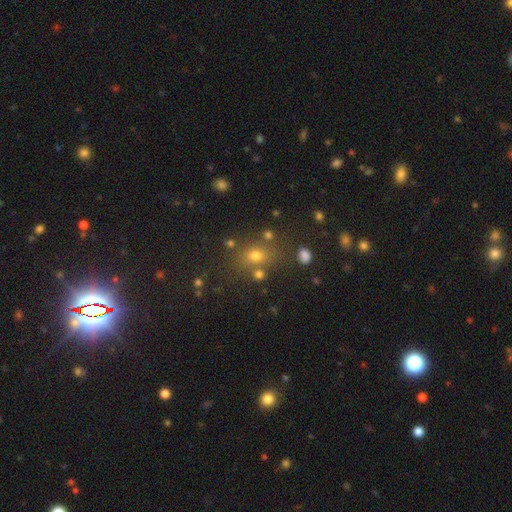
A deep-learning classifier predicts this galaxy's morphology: Smooth or featured: smooth — 65% (star or artifact — 23%)
How rounded: round — 56% (in between — 43%)
Merging: none — 73% (minor disturbance — 12%)